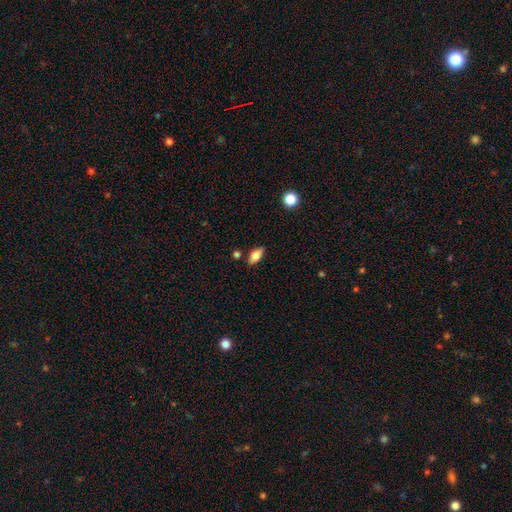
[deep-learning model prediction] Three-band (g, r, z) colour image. It shows a smooth galaxy with no disk features (80%) that is in between round and cigar-shaped (86%). Merging: none (82%).